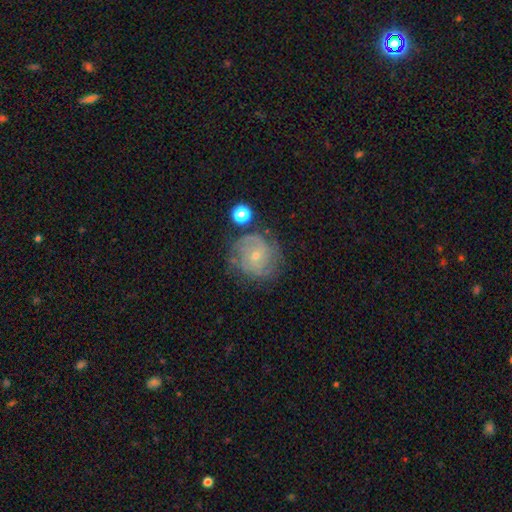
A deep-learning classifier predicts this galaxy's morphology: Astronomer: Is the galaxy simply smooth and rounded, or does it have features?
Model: featured or disk — 74%.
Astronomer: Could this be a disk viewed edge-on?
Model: no — 98%.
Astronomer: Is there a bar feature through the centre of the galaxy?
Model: no — 70%.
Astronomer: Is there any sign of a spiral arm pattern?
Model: yes — 91%.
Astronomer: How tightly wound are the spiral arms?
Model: tight — 60%.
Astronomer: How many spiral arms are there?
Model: can't tell — 33% (runner-up: 2, 28%).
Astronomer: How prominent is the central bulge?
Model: small — 73%.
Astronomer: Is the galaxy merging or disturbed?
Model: none — 71%.